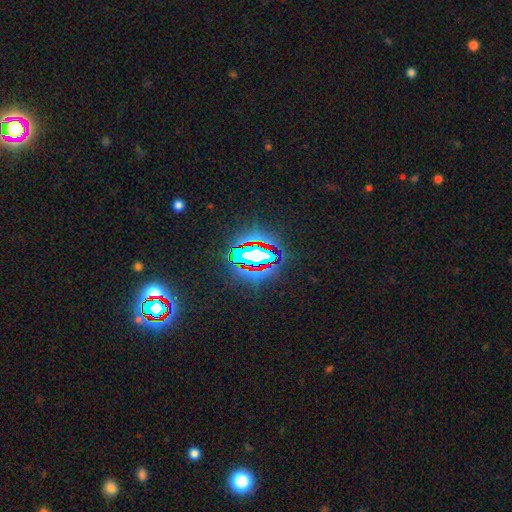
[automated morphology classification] The model was most divided on "smooth or featured": star or artifact: 67%, smooth: 20%, featured or disk: 13%.